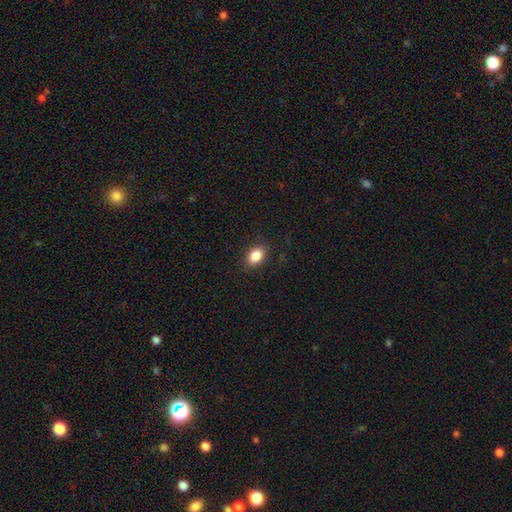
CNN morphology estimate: smooth 86%, star or artifact 9%, featured or disk 5%. Down the decision tree: how rounded — in between (75%); merging — none (88%).